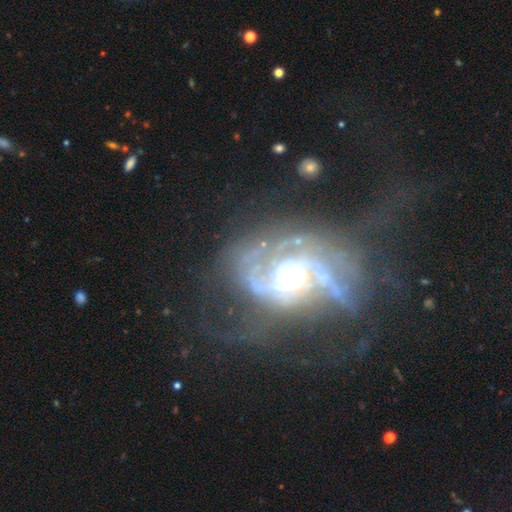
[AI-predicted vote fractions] Smooth or featured?
  - featured or disk: 87% *
  - star or artifact: 7%
  - smooth: 6%
Edge-on disk?
  - no: 97% *
  - yes: 3%
Bar?
  - no: 64% *
  - weak: 24%
  - strong: 12%
Spiral arms?
  - yes: 91% *
  - no: 9%
Spiral winding?
  - tight: 41% *
  - medium: 40%
  - loose: 19%
Spiral arm count?
  - 2: 43% *
  - can't tell: 23%
  - 3: 15%
  - 1: 8%
  - 4: 6%
  - more than 4: 5%
Bulge size?
  - moderate: 60% *
  - large: 27%
  - small: 8%
  - dominant: 3%
  - none: 1%
Merging?
  - none: 43% *
  - major disturbance: 35%
  - minor disturbance: 18%
  - merger: 4%